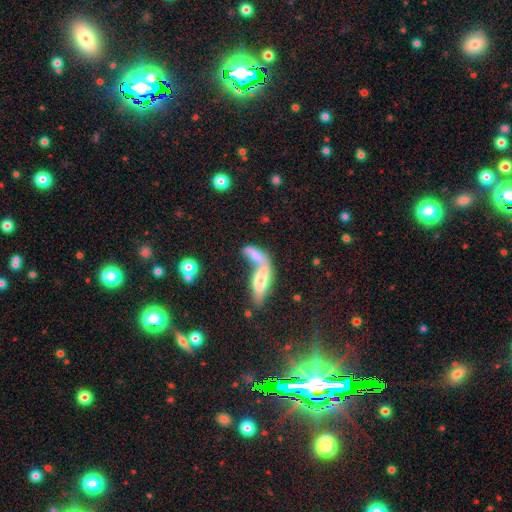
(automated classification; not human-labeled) Overall: smooth (61%; featured or disk 30%). How rounded: in between (60%; cigar-shaped 36%). Merging: merger (74%).